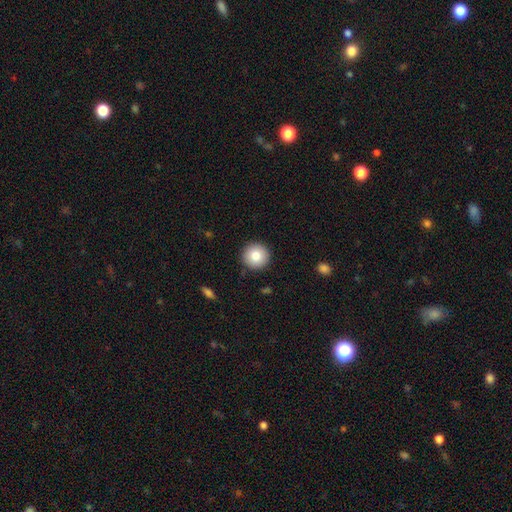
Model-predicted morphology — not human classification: This appears to be a smooth galaxy with no disk features (82%) that is round (96%). Merging: none (91%).